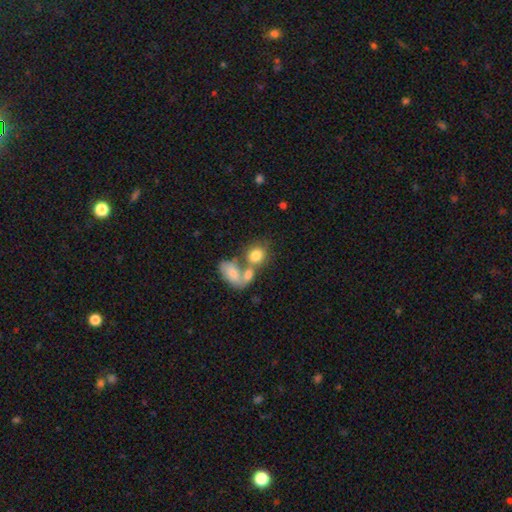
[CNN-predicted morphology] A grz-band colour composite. It shows a smooth galaxy with no disk features (77%) that is round (49%, tied with in between). Merging: merger (51%).